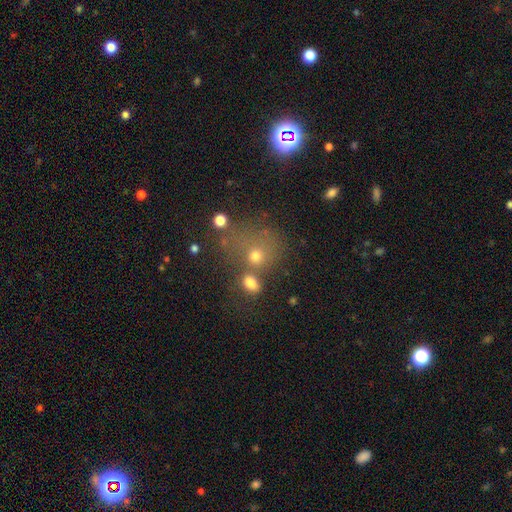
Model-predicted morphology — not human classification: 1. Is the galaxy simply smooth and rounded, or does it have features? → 61% smooth, 22% star or artifact, 16% featured or disk.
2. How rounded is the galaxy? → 67% round, 31% in between, 1% cigar-shaped.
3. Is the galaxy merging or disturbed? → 39% none, 37% merger, 13% minor disturbance, 12% major disturbance.